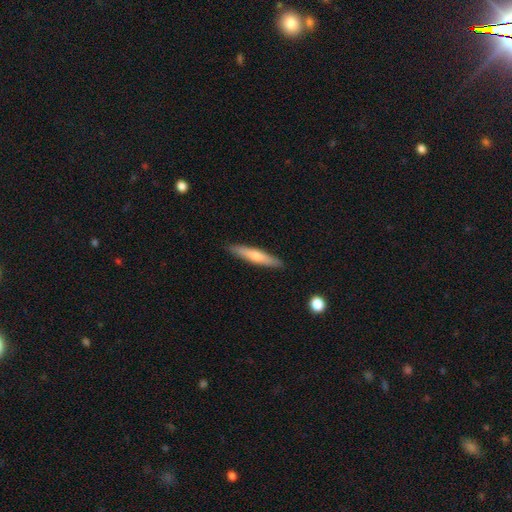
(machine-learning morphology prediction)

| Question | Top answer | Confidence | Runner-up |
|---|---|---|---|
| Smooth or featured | smooth | 60% | featured or disk (34%) |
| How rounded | cigar-shaped | 91% | in between (7%) |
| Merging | none | 90% | minor disturbance (7%) |